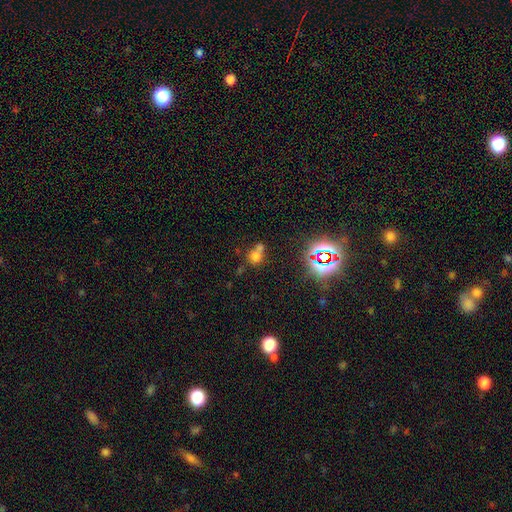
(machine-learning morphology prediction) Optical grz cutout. It shows a smooth galaxy with no disk features (65%) that is round (76%). Merging: merger (47%).